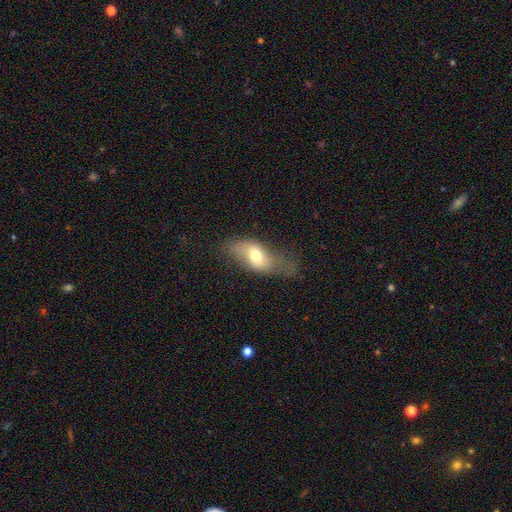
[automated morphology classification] Overall: smooth (58%; featured or disk 33%). How rounded: in between (85%). Merging: none (44%; minor disturbance 30%).